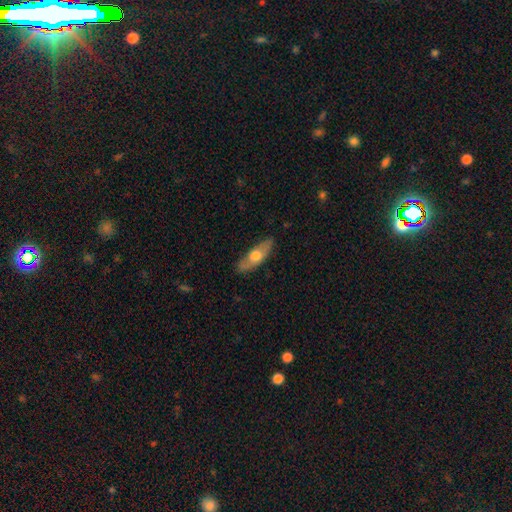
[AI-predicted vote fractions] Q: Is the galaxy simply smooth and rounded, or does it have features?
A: smooth — 55%.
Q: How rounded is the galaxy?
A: in between — 58%.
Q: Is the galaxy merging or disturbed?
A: none — 82%.